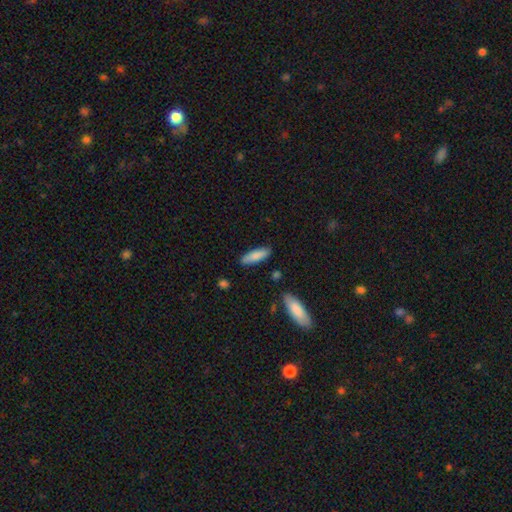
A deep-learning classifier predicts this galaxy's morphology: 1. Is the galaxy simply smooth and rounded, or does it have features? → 82% smooth, 12% featured or disk, 6% star or artifact.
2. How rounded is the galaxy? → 56% cigar-shaped, 42% in between, 2% round.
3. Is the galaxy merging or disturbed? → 84% none, 11% minor disturbance, 2% merger, 2% major disturbance.